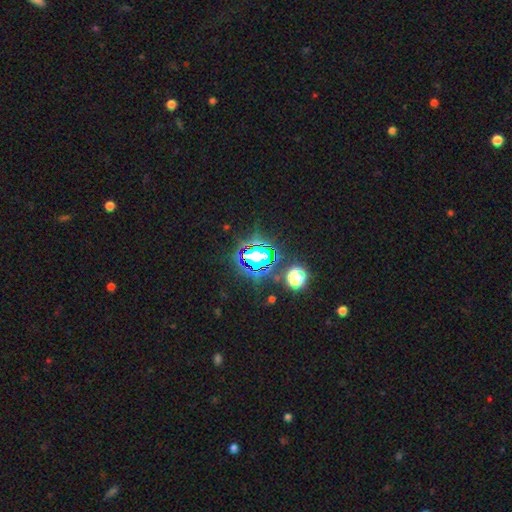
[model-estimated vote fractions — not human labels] This is likely a star or artifact rather than a galaxy (79%).